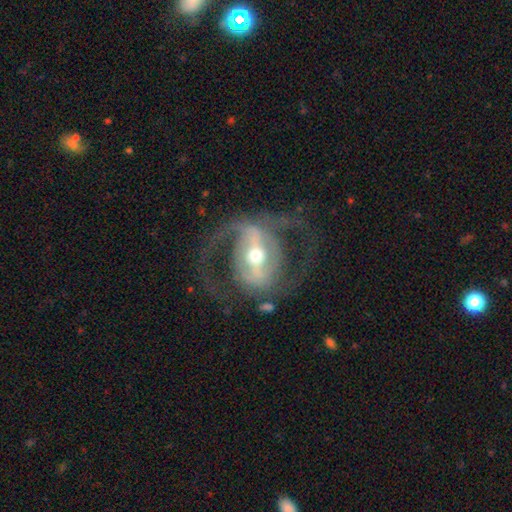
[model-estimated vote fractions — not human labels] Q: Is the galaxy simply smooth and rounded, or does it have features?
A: featured or disk — 87%.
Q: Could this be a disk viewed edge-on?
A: no — 95%.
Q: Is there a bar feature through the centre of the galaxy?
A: strong — 61%.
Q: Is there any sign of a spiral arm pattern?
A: yes — 84%.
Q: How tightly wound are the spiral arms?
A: medium — 52%.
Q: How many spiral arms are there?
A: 2 — 85%.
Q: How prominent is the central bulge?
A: moderate — 56%.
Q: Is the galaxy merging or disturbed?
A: none — 64%.